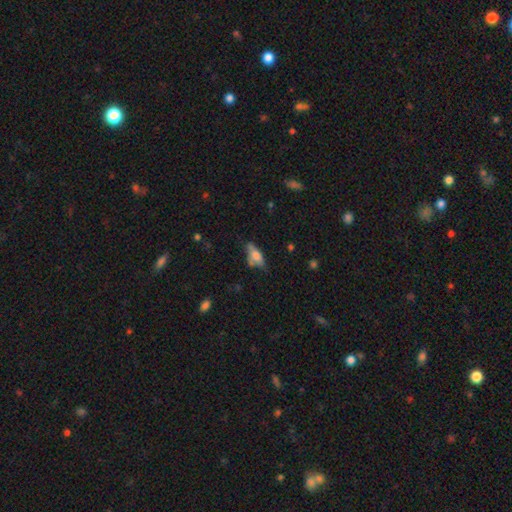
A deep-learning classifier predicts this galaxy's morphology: smooth 65%, featured or disk 26%, star or artifact 8%. Down the decision tree: how rounded — in between (76%); merging — none (46%).